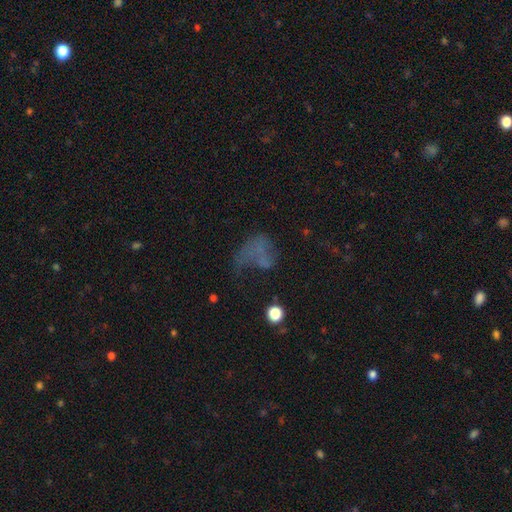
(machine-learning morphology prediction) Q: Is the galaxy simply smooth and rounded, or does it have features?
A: smooth — 37%.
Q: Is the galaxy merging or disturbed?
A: major disturbance — 42%.